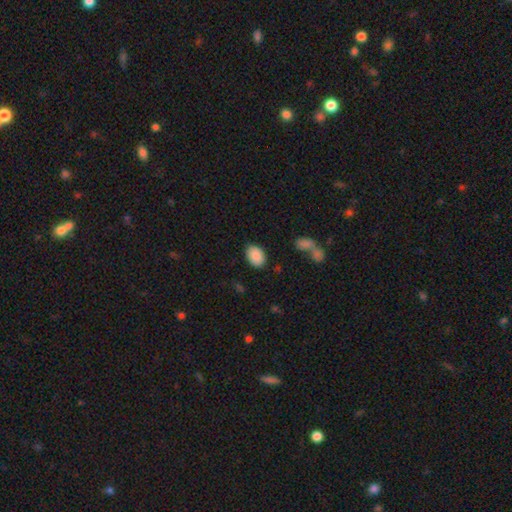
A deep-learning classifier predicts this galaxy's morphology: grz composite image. It shows a smooth galaxy with no disk features (89%) that is in between round and cigar-shaped (82%). Merging: none (84%).